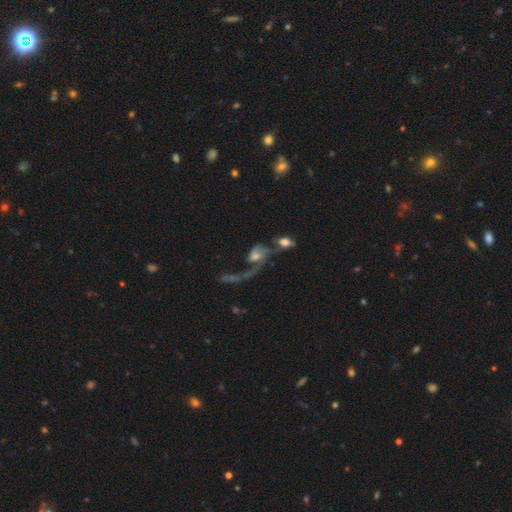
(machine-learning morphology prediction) type=featured or disk (64%); edge-on=no (95%); bar=no (68%); spiral arms=yes (77%); bulge=moderate (42%); merging=merger (48%).